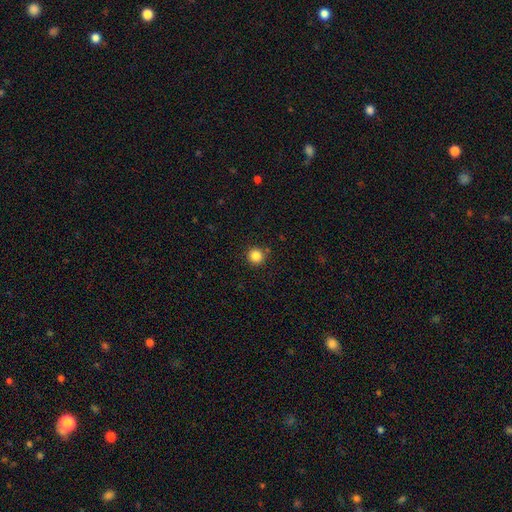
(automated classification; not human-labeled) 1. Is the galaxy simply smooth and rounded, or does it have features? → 85% smooth, 11% star or artifact, 4% featured or disk.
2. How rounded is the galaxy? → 95% round, 4% in between, 1% cigar-shaped.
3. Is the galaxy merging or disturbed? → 88% none, 7% minor disturbance, 3% merger, 2% major disturbance.